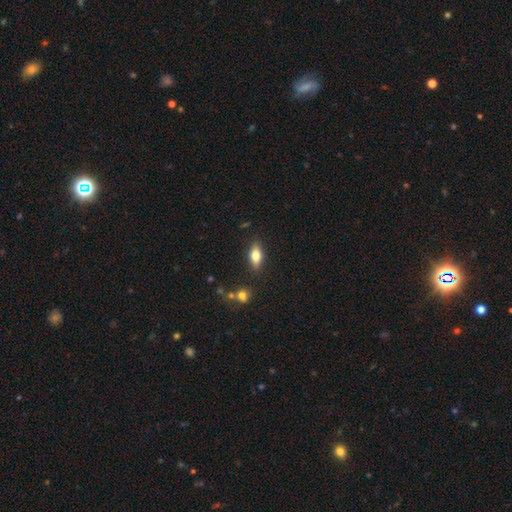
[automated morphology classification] smooth 71%, featured or disk 21%, star or artifact 8%. Down the decision tree: how rounded — in between (78%); merging — none (84%).